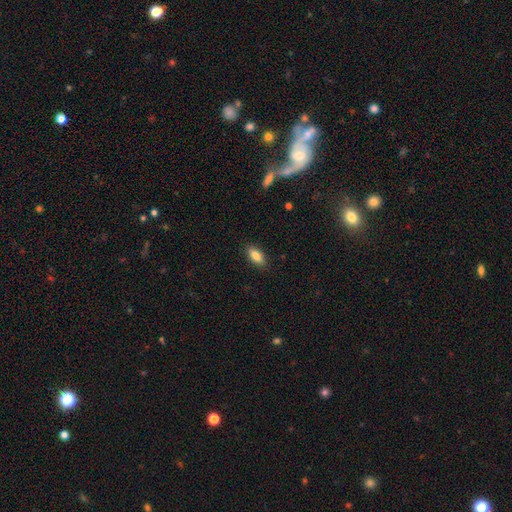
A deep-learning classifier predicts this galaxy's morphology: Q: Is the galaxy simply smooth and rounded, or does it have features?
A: smooth — 83%.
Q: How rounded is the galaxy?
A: in between — 84%.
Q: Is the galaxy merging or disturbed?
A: none — 88%.